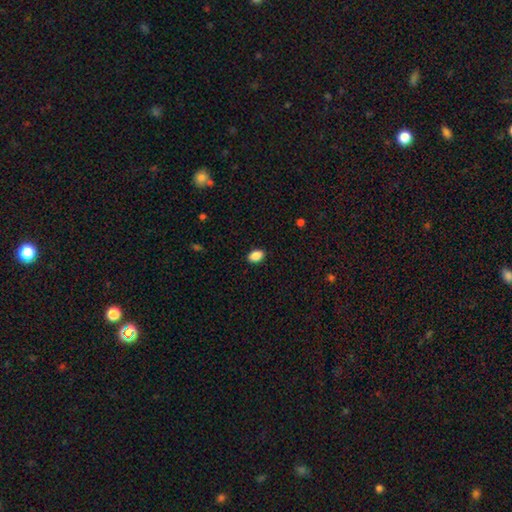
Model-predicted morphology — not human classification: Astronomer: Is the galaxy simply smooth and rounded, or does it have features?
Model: smooth — 88%.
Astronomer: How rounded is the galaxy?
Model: in between — 85%.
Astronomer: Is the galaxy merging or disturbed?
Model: none — 90%.